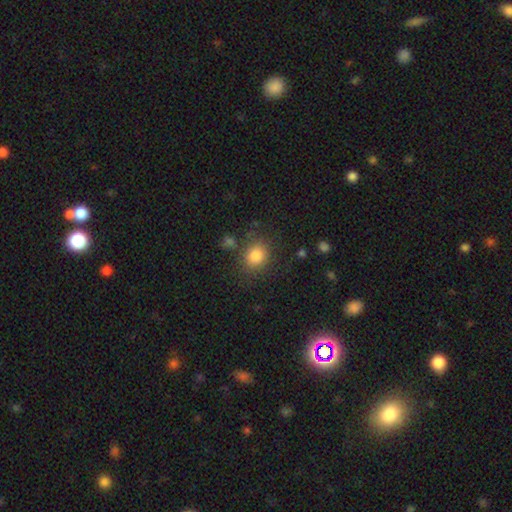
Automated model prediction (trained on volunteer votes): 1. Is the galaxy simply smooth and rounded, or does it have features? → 83% smooth, 11% star or artifact, 6% featured or disk.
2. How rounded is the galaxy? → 67% round, 32% in between, 1% cigar-shaped.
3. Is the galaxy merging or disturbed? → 77% none, 13% minor disturbance, 5% major disturbance, 5% merger.